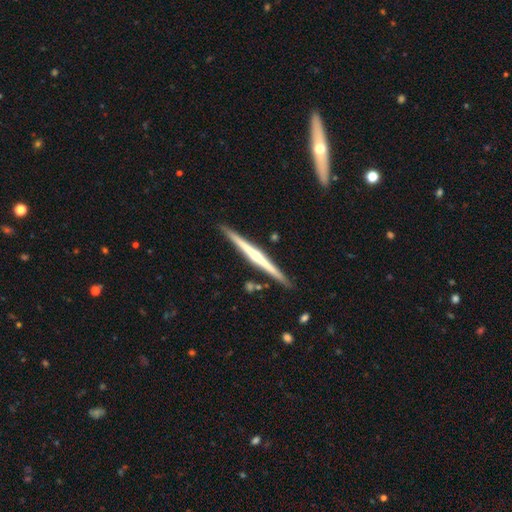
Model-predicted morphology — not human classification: A featured or disk galaxy (77%) viewed edge-on (98%) with a rounded central bulge (67%).

Vote fractions:
- Smooth or featured? featured or disk: 77% / smooth: 18% / star or artifact: 5%
- Edge-on disk? yes: 98% / no: 2%
- Edge-on bulge? rounded: 67% / none: 26% / boxy: 7%
- Merging? none: 90% / minor disturbance: 7% / merger: 2% / major disturbance: 1%